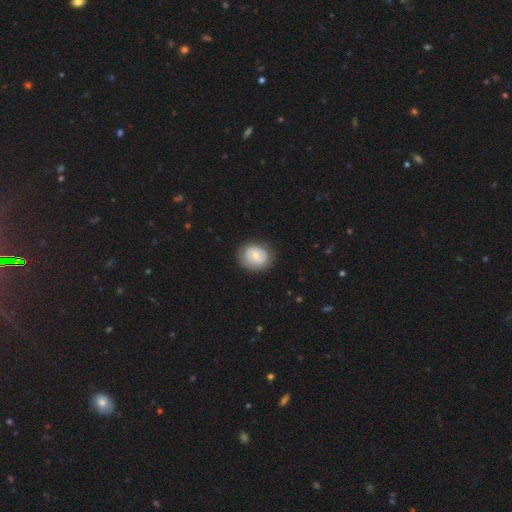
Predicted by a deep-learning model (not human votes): Smooth or featured? smooth (50%)
How rounded? round (61%)
Merging? none (79%)